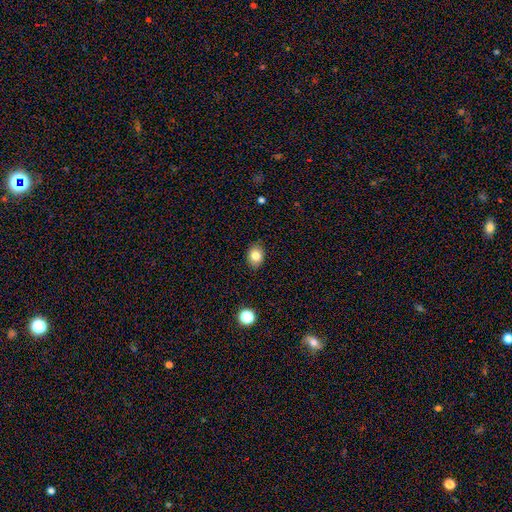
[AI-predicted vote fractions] smooth 82%, star or artifact 10%, featured or disk 8%. Down the decision tree: how rounded — in between (60%); merging — none (87%).